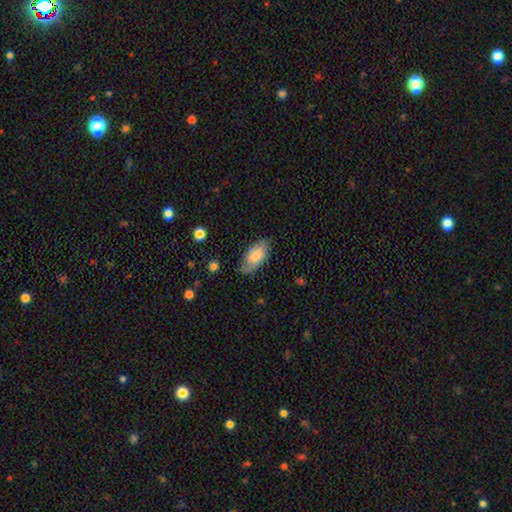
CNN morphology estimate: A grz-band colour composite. It shows a smooth galaxy with no disk features (71%) that is in between round and cigar-shaped (92%). Merging: none (72%).